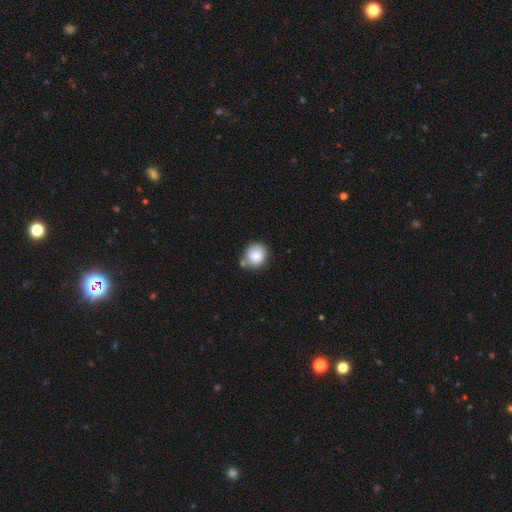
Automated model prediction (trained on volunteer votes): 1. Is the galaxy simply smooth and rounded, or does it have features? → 86% smooth, 8% star or artifact, 6% featured or disk.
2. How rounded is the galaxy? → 77% round, 22% in between, 1% cigar-shaped.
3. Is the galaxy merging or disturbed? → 67% none, 18% minor disturbance, 11% merger, 4% major disturbance.